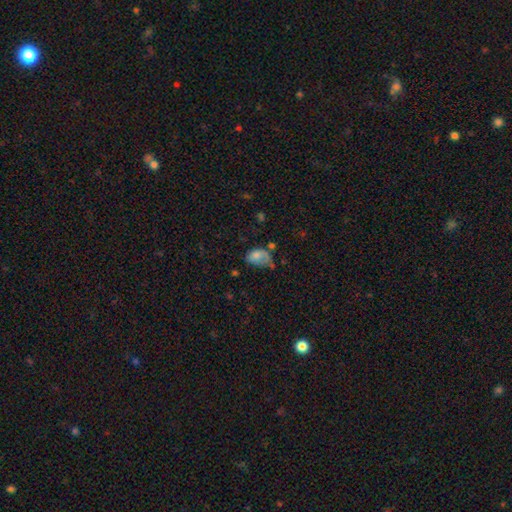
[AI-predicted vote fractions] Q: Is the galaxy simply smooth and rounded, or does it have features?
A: smooth — 70%.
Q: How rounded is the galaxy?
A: in between — 83%.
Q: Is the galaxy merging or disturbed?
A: minor disturbance — 34%.